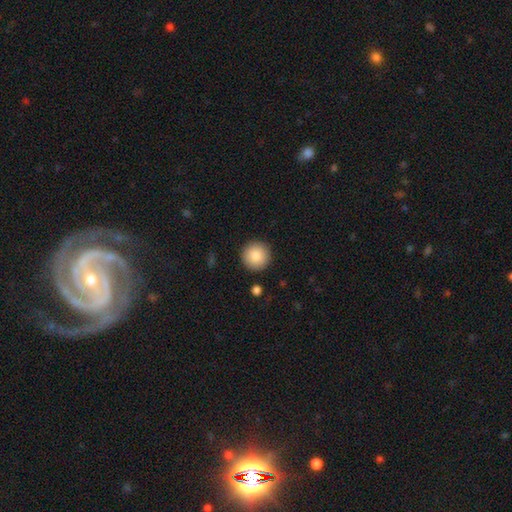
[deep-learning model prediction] Q: Smooth or featured?
A: smooth (87%); runner-up: star or artifact (8%)
Q: How rounded?
A: round (96%); runner-up: in between (3%)
Q: Merging?
A: none (92%); runner-up: minor disturbance (5%)